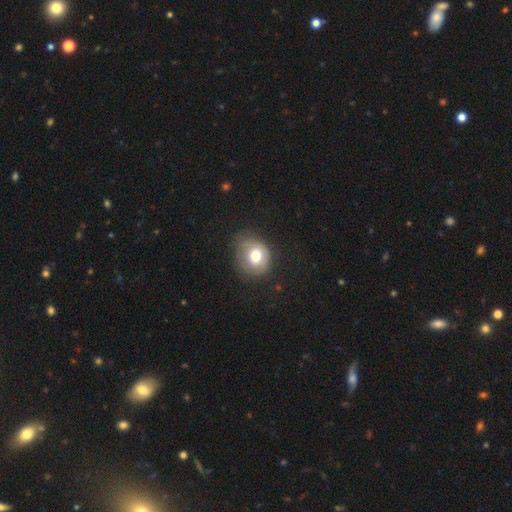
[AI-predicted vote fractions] Smooth or featured? smooth (72%)
How rounded? round (67%)
Merging? none (61%)